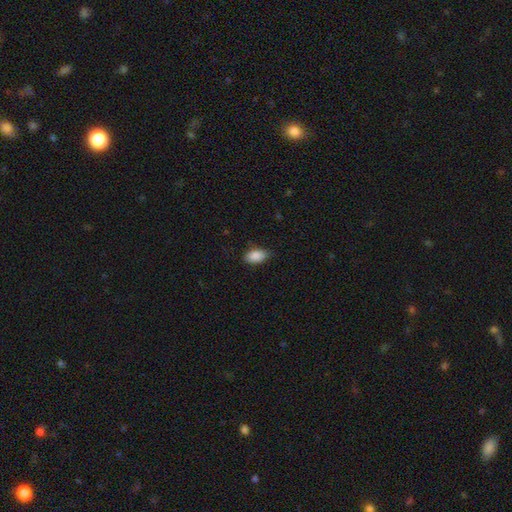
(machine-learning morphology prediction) Smooth or featured? Predicted: smooth (p=0.89). How rounded? Predicted: in between (p=0.92). Merging? Predicted: none (p=0.77).